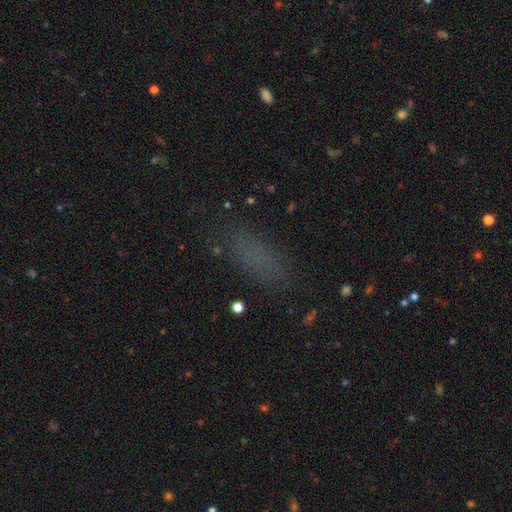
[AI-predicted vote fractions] smooth_or_featured: smooth (p=0.67) [alt: star or artifact p=0.24]
how_rounded: in between (p=0.69) [alt: cigar-shaped p=0.26]
merging: none (p=0.79) [alt: minor disturbance p=0.13]